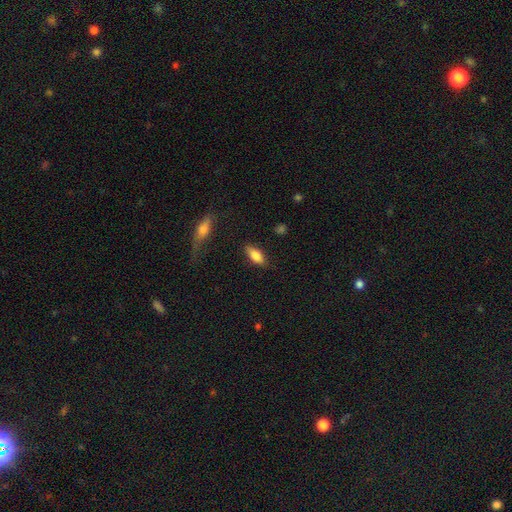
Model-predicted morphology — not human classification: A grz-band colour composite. It shows a smooth galaxy with no disk features (82%) that is in between round and cigar-shaped (83%). Merging: none (80%).